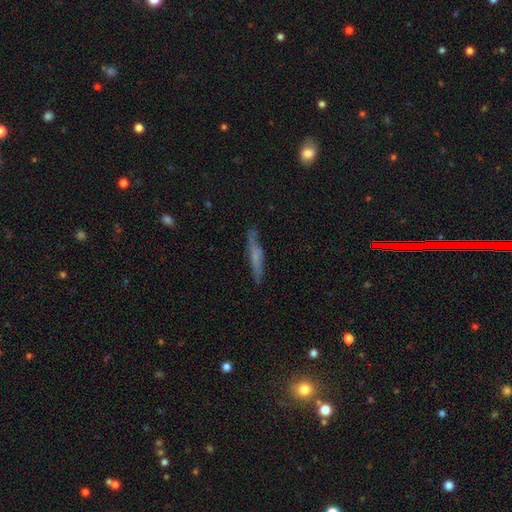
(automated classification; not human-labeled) Smooth or featured: smooth — 47% (featured or disk — 45%)
Merging: none — 78% (minor disturbance — 16%)